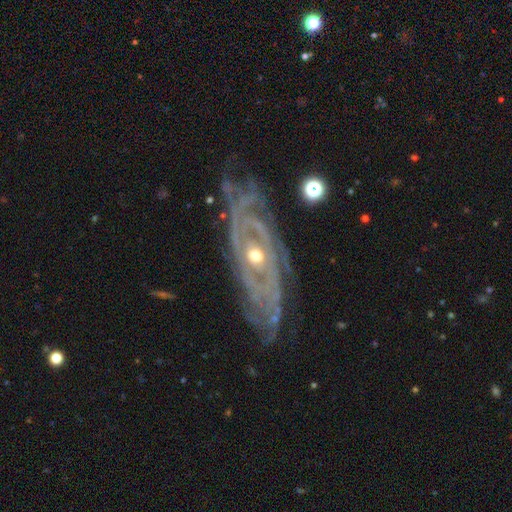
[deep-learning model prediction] Smooth or featured?
  - featured or disk: 89% *
  - smooth: 6%
  - star or artifact: 5%
Edge-on disk?
  - no: 92% *
  - yes: 8%
Bar?
  - no: 73% *
  - weak: 18%
  - strong: 9%
Spiral arms?
  - yes: 88% *
  - no: 12%
Spiral winding?
  - tight: 68% *
  - medium: 23%
  - loose: 9%
Spiral arm count?
  - 2: 31% *
  - can't tell: 28%
  - 3: 15%
  - 4: 9%
  - more than 4: 8%
  - 1: 8%
Bulge size?
  - moderate: 57% *
  - small: 38%
  - large: 3%
  - dominant: 1%
  - none: 1%
Merging?
  - none: 65% *
  - minor disturbance: 20%
  - major disturbance: 12%
  - merger: 3%